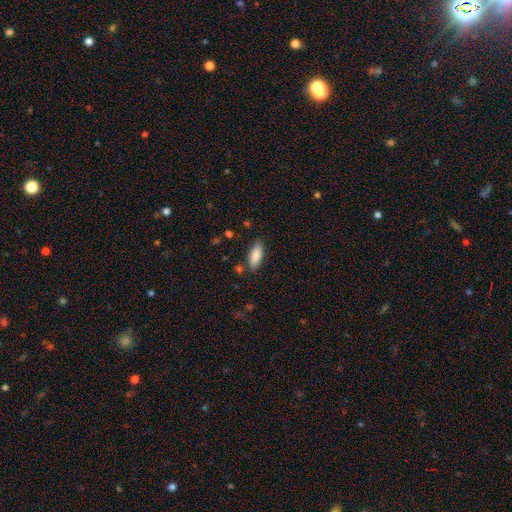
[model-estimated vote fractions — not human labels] Smooth or featured?
  - smooth: 88% *
  - star or artifact: 6%
  - featured or disk: 6%
How rounded?
  - in between: 77% *
  - cigar-shaped: 21%
  - round: 2%
Merging?
  - none: 83% *
  - minor disturbance: 12%
  - major disturbance: 3%
  - merger: 3%